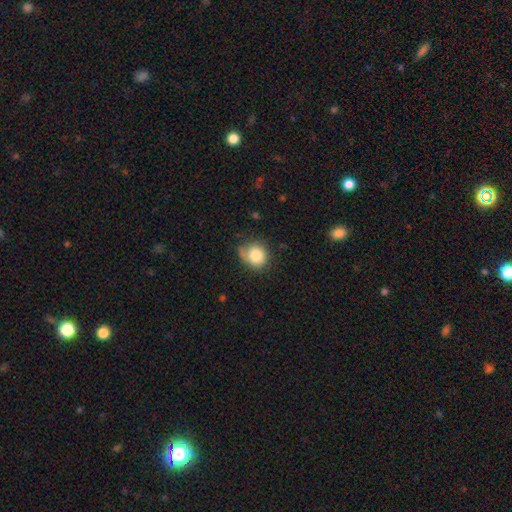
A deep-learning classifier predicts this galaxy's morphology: The model was most divided on "merging": none: 56%, minor disturbance: 31%, major disturbance: 10%, merger: 3%. More confident: smooth or featured — smooth (80%); how rounded — round (72%).